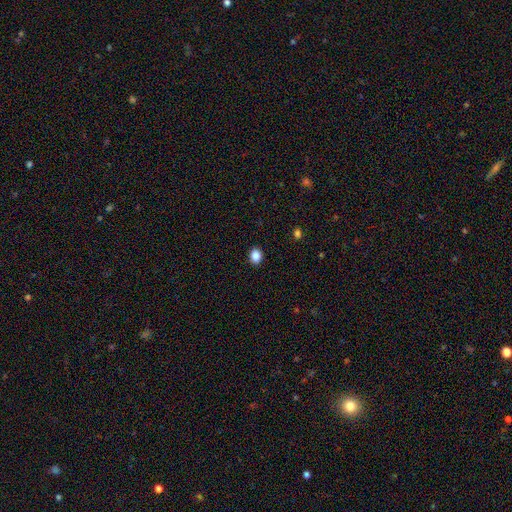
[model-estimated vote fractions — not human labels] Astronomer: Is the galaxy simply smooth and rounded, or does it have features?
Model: smooth — 87%.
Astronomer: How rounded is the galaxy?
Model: in between — 52% (runner-up: round, 47%).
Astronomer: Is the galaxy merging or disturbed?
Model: none — 91%.